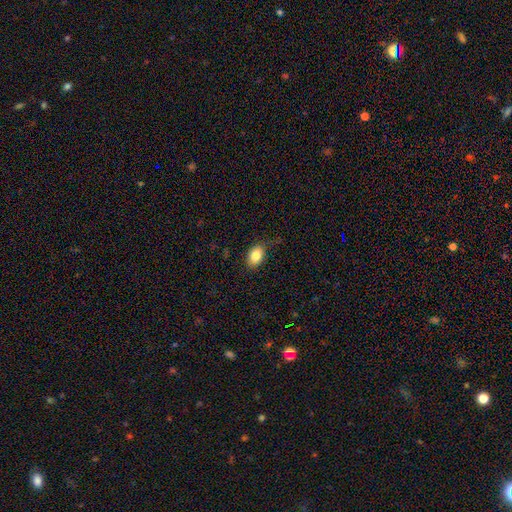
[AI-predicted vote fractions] smooth_or_featured: smooth (p=0.83) [alt: featured or disk p=0.09]
how_rounded: in between (p=0.84) [alt: round p=0.14]
merging: none (p=0.77) [alt: minor disturbance p=0.17]